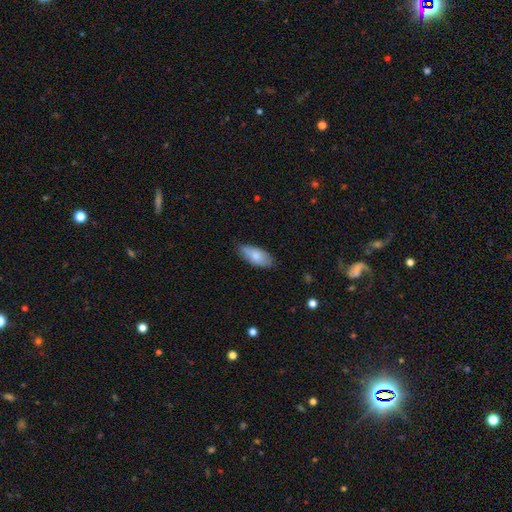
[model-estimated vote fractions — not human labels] smooth_or_featured: smooth (p=0.78) [alt: featured or disk p=0.16]
how_rounded: in between (p=0.87) [alt: cigar-shaped p=0.10]
merging: none (p=0.79) [alt: minor disturbance p=0.17]